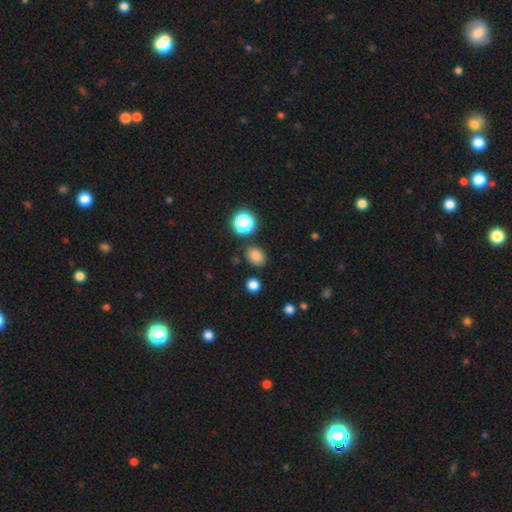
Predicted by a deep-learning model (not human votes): Smooth or featured: smooth — 81% (star or artifact — 15%)
How rounded: in between — 52% (round — 47%)
Merging: none — 84% (minor disturbance — 10%)